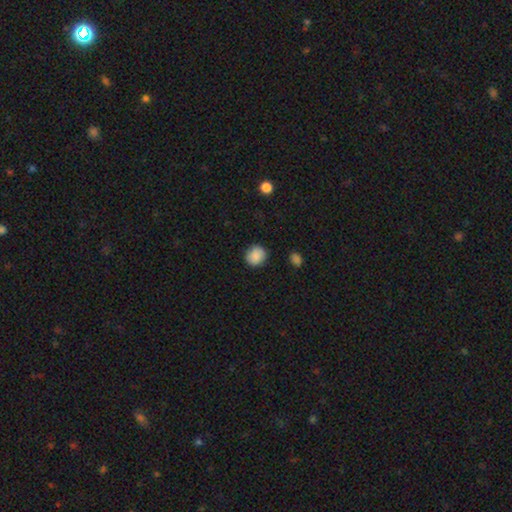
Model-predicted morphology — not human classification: This is clearly a smooth galaxy (88%). How rounded: clearly round (80%). Merging: clearly none (87%).